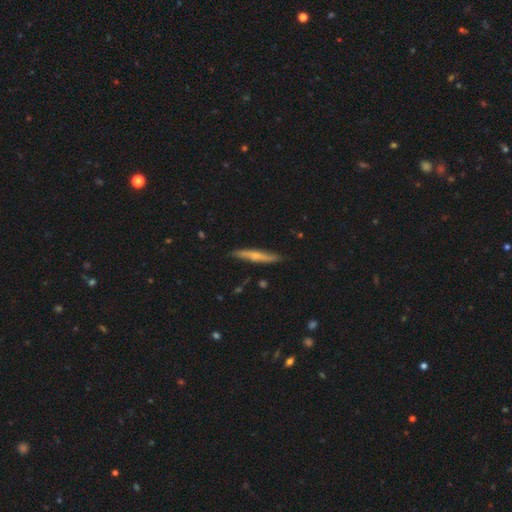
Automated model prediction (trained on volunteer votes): Overall: featured or disk (48%; smooth 46%). Merging: none (84%).